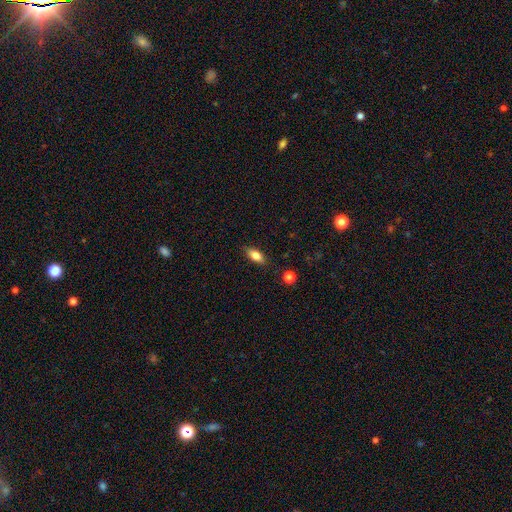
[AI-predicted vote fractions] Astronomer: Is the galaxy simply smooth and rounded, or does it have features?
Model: smooth — 78%.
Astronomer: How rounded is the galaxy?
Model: in between — 82%.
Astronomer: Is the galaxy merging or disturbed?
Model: none — 85%.